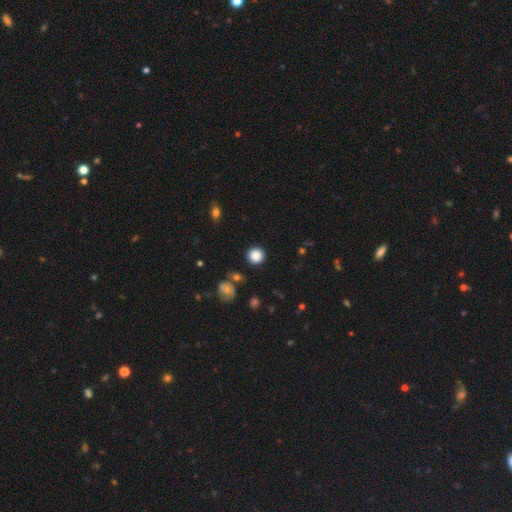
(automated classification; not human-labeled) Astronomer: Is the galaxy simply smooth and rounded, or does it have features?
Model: smooth — 85%.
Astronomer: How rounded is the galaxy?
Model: round — 94%.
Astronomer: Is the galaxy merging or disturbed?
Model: none — 89%.